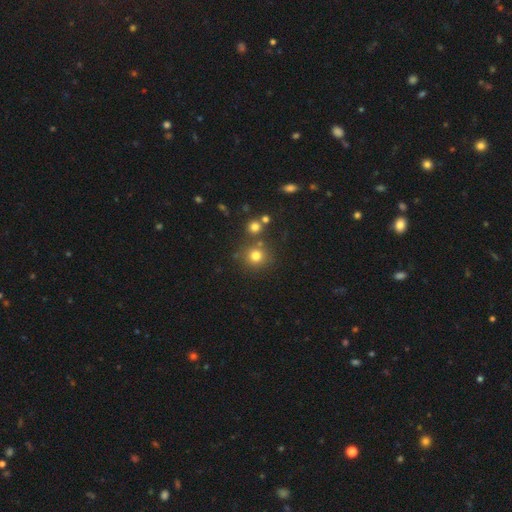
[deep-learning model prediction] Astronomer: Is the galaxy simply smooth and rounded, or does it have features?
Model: smooth — 77%.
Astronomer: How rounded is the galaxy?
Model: round — 91%.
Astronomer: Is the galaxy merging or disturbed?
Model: none — 76%.